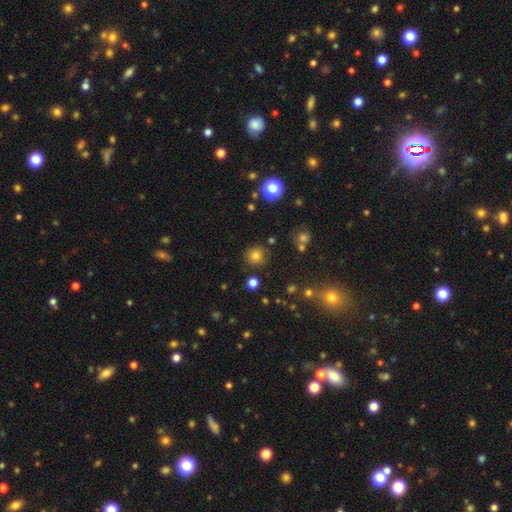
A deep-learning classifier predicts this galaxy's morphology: smooth_or_featured: smooth (p=0.78) [alt: star or artifact p=0.15]
how_rounded: round (p=0.93) [alt: in between p=0.06]
merging: none (p=0.87) [alt: minor disturbance p=0.08]